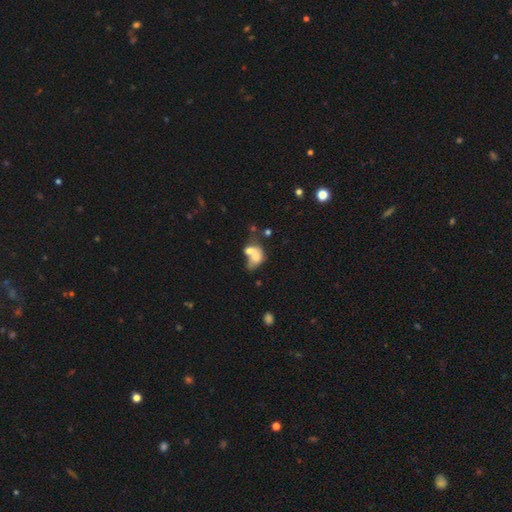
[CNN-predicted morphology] Overall: smooth (59%; featured or disk 31%). How rounded: in between (70%). Merging: merger (59%).